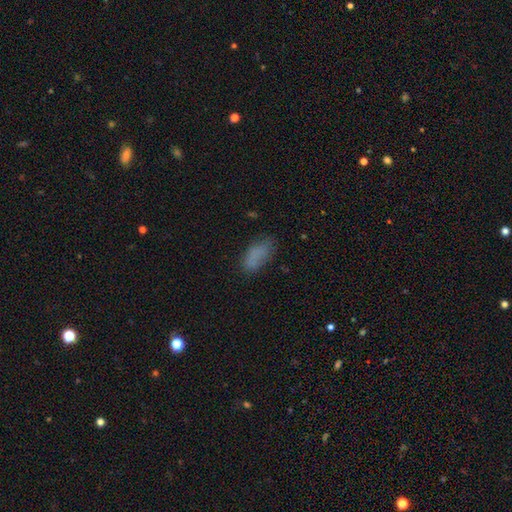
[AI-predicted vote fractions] smooth_or_featured: smooth (p=0.77) [alt: featured or disk p=0.12]
how_rounded: in between (p=0.89) [alt: cigar-shaped p=0.08]
merging: none (p=0.65) [alt: minor disturbance p=0.23]